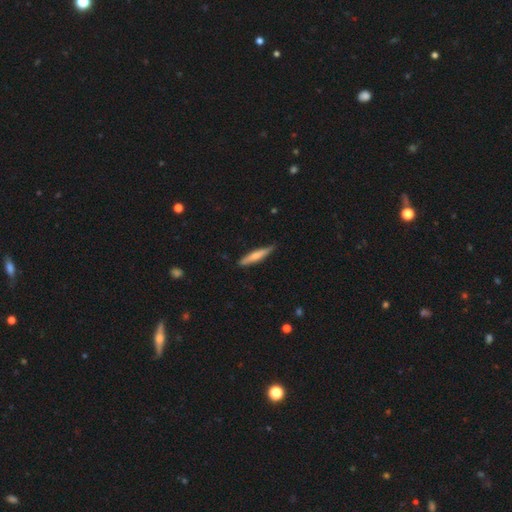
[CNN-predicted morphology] Smooth or featured: smooth — 56% (featured or disk — 38%)
How rounded: cigar-shaped — 90% (in between — 8%)
Merging: none — 84% (minor disturbance — 13%)